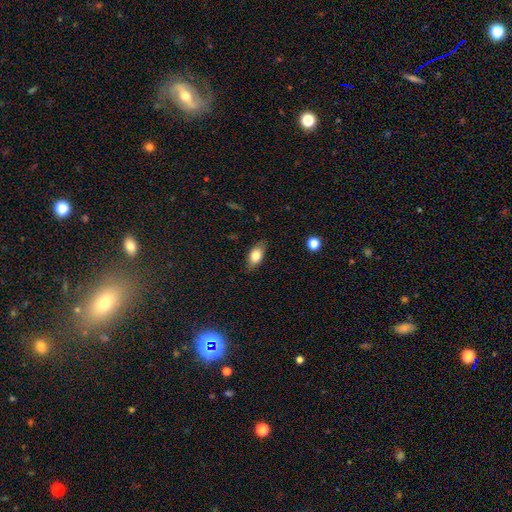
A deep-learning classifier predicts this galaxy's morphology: This is likely a smooth galaxy (79%). How rounded: clearly in between (87%). Merging: clearly none (81%).